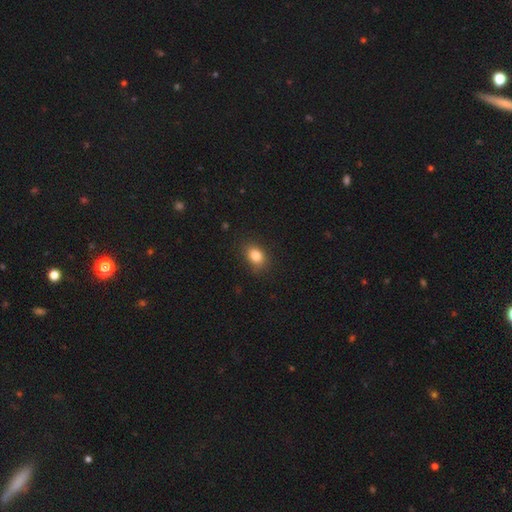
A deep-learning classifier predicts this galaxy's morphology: smooth 84%, star or artifact 10%, featured or disk 6%. Down the decision tree: how rounded — in between (68%); merging — none (83%).